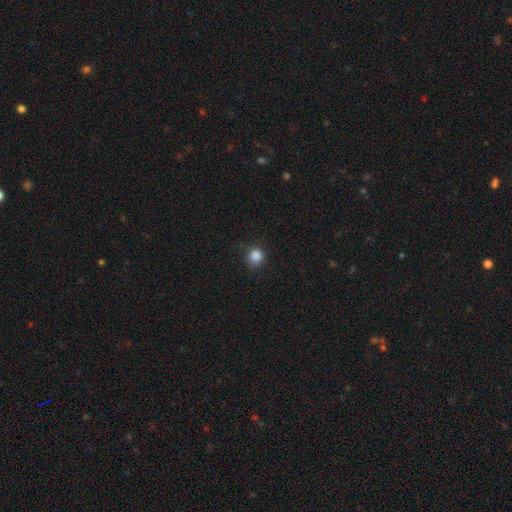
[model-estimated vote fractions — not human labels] This appears to be a smooth galaxy with no disk features (86%) that is round (88%). Merging: none (87%).